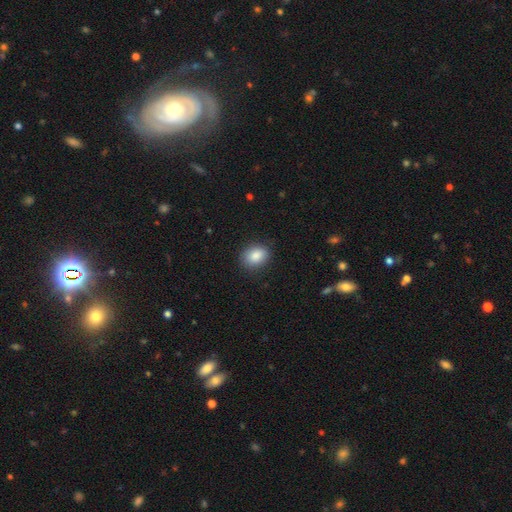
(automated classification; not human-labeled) Smooth or featured: smooth — 86% (star or artifact — 8%)
How rounded: in between — 57% (round — 42%)
Merging: none — 86% (minor disturbance — 10%)